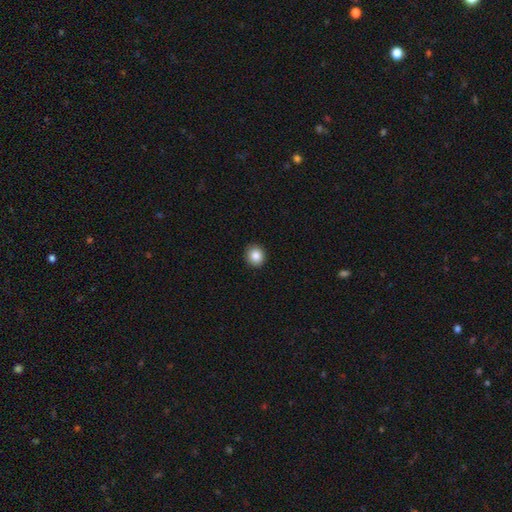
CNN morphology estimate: Smooth or featured? Predicted: smooth (p=0.86). How rounded? Predicted: round (p=0.82). Merging? Predicted: none (p=0.92).